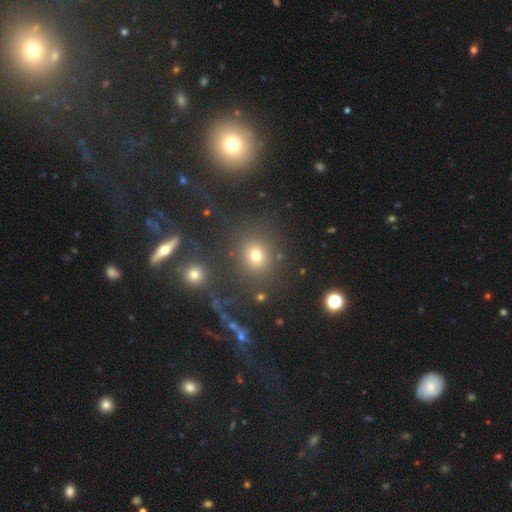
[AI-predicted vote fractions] Morphology: type=smooth (67%); roundness=round (75%); merging=none (80%).